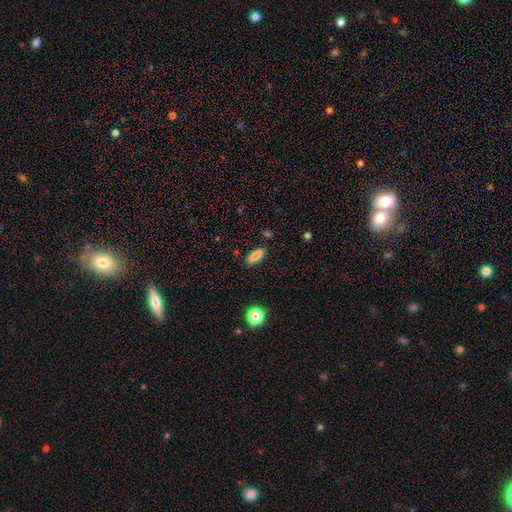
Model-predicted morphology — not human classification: Smooth or featured? smooth (83%)
How rounded? in between (61%)
Merging? none (86%)